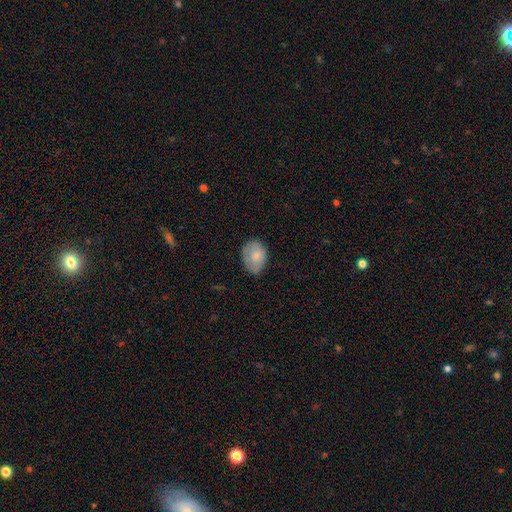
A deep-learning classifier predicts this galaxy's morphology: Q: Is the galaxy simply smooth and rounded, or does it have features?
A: smooth — 79%.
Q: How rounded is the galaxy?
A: in between — 69%.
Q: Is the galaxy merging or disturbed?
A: none — 64%.